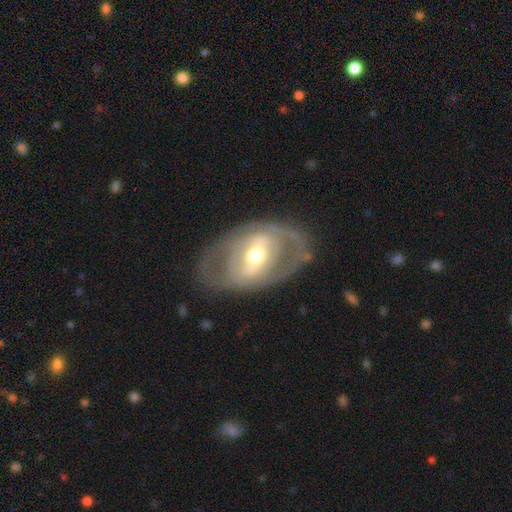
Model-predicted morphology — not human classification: A featured or disk galaxy (75%) with a strong bar (42%), no spiral arms (51%) and a moderate central bulge (66%).

Vote fractions:
- Smooth or featured? featured or disk: 75% / smooth: 19% / star or artifact: 5%
- Edge-on disk? no: 92% / yes: 8%
- Bar? strong: 42% / weak: 35% / no: 23%
- Spiral arms? no: 51% / yes: 49%
- Bulge size? moderate: 66% / small: 23% / large: 9% / dominant: 1% / none: 1%
- Merging? none: 74% / minor disturbance: 16% / major disturbance: 9% / merger: 2%